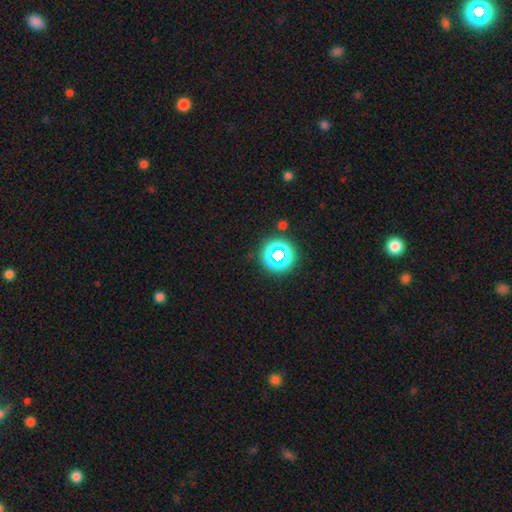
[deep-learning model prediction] smooth_or_featured: smooth (p=0.48) [alt: star or artifact p=0.47]
merging: none (p=0.91) [alt: minor disturbance p=0.05]